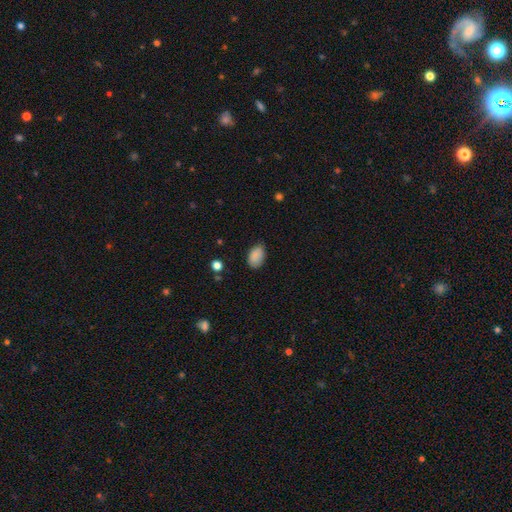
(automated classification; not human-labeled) This appears to be a smooth galaxy with no disk features (88%) that is in between round and cigar-shaped (89%). Merging: none (72%).